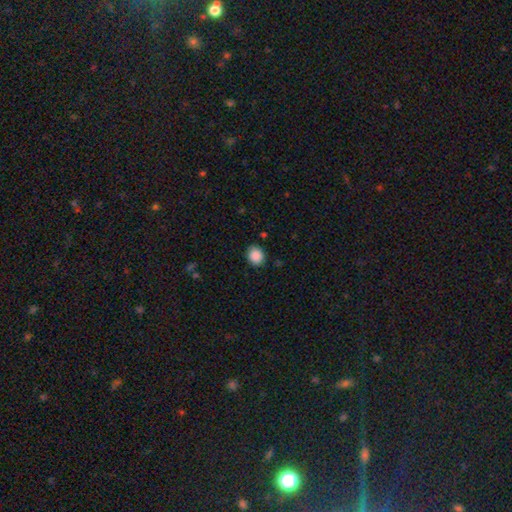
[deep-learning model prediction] Morphology: type=smooth (89%); roundness=round (71%); merging=none (86%).